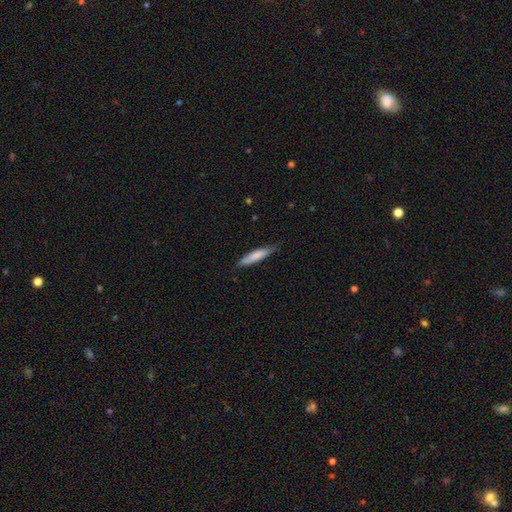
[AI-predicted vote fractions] smooth-or-featured: smooth: 73% | featured or disk: 21% | star or artifact: 5%
  how-rounded: cigar-shaped: 84% | in between: 15% | round: 1%
  merging: none: 78% | minor disturbance: 19% | major disturbance: 2% | merger: 1%